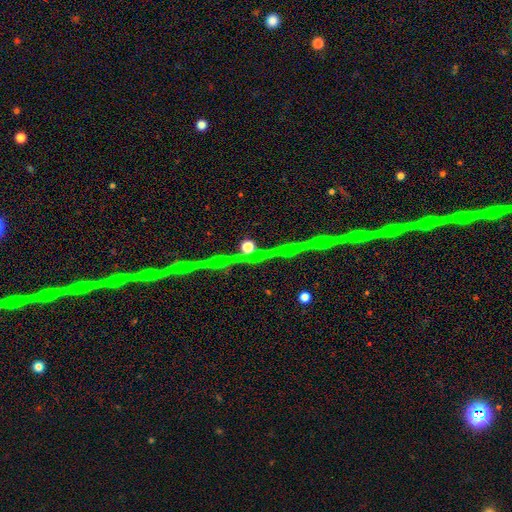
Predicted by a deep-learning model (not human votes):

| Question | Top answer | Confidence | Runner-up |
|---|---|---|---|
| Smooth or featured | star or artifact | 60% | featured or disk (24%) |